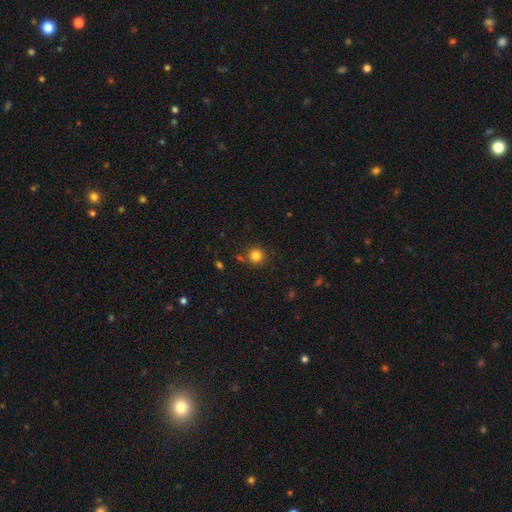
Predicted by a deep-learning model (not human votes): This appears to be a smooth galaxy with no disk features (82%) that is round (93%). Merging: none (81%).